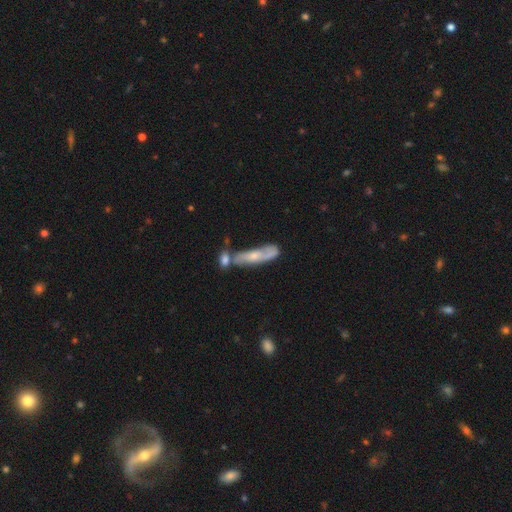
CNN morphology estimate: A featured or disk galaxy (56%). Merging: merger (37%).